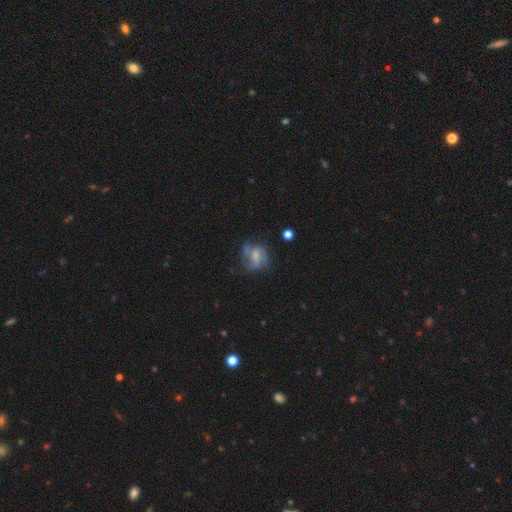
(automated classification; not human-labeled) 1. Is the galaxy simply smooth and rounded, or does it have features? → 67% featured or disk, 23% smooth, 9% star or artifact.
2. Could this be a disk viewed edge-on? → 97% no, 3% yes.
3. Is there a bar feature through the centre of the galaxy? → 46% weak, 41% no, 14% strong.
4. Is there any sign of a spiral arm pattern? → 83% yes, 17% no.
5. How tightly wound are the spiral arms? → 47% medium, 28% loose, 25% tight.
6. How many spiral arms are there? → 30% 3, 28% 2, 26% can't tell, 7% 4, 5% 1, 3% more than 4.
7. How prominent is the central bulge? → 41% small, 38% moderate, 15% none, 5% large, 1% dominant.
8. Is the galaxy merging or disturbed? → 54% none, 22% minor disturbance, 20% major disturbance, 4% merger.